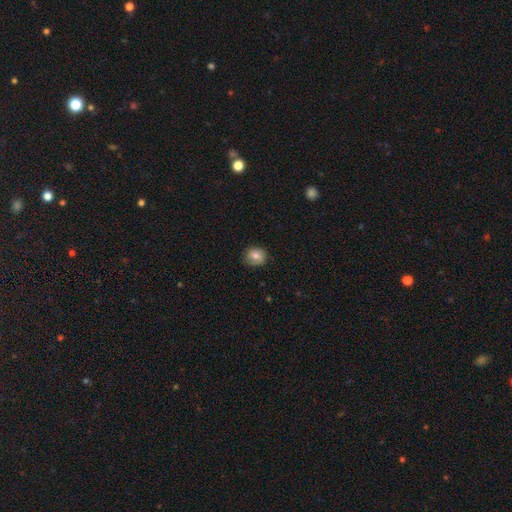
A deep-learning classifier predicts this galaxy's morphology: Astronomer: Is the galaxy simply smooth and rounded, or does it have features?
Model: smooth — 78%.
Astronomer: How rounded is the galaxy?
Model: round — 82%.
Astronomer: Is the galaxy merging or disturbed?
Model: none — 82%.